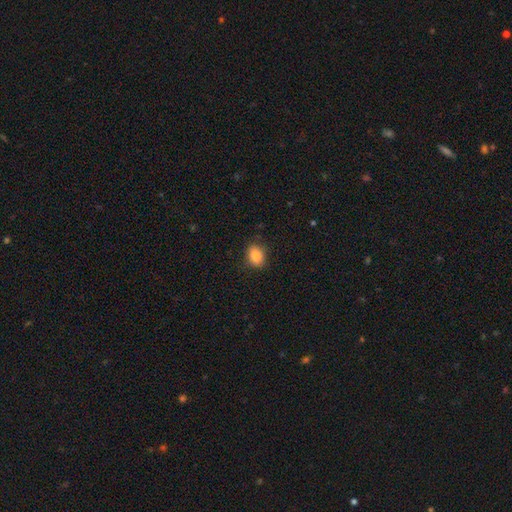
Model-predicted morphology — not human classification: A smooth galaxy with no disk features (84%) that is in between round and cigar-shaped (58%). Merging: none (85%).